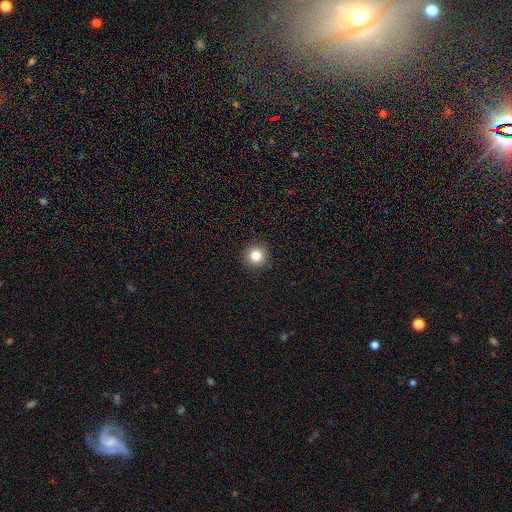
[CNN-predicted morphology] A smooth galaxy with no disk features (83%) that is round (95%).

Vote fractions:
- Smooth or featured? smooth: 83% / star or artifact: 11% / featured or disk: 6%
- How rounded? round: 95% / in between: 4% / cigar-shaped: 1%
- Merging? none: 93% / minor disturbance: 5% / major disturbance: 2% / merger: 1%